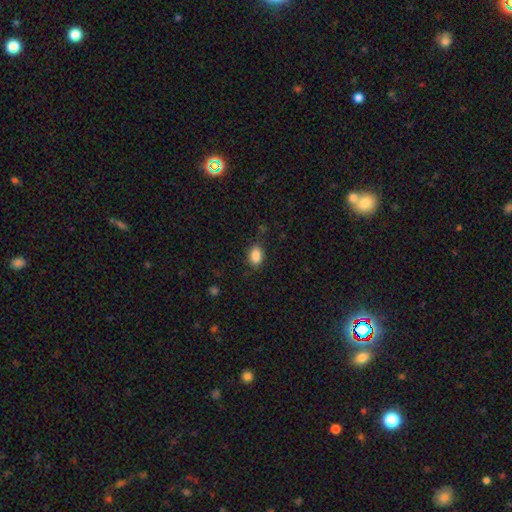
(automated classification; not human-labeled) smooth_or_featured: smooth (p=0.87) [alt: star or artifact p=0.09]
how_rounded: in between (p=0.83) [alt: round p=0.15]
merging: none (p=0.80) [alt: minor disturbance p=0.15]